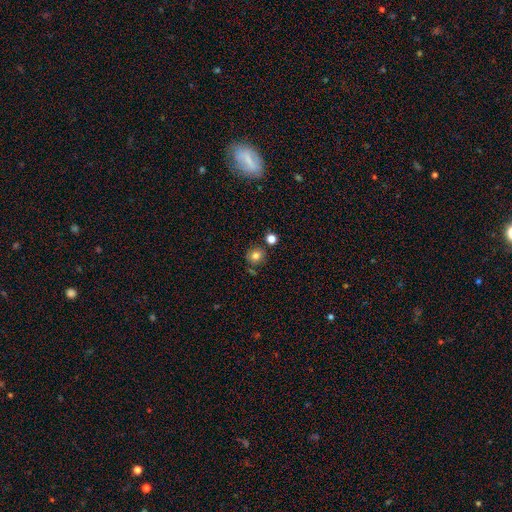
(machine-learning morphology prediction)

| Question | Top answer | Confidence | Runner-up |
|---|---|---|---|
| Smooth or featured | smooth | 79% | star or artifact (13%) |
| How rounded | round | 86% | in between (13%) |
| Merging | none | 78% | minor disturbance (11%) |